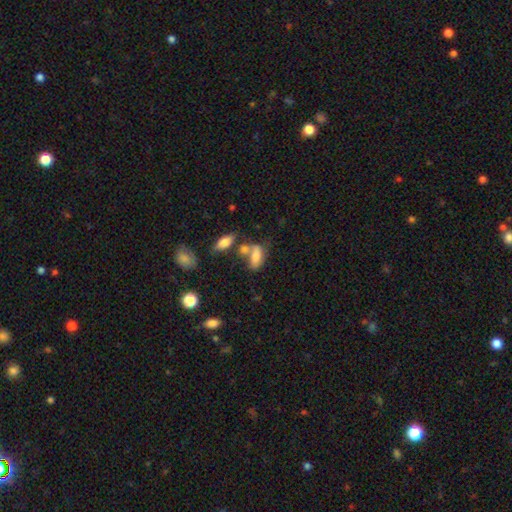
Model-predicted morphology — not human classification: smooth 75%, featured or disk 16%, star or artifact 9%. Down the decision tree: how rounded — in between (82%); merging — none (39%).